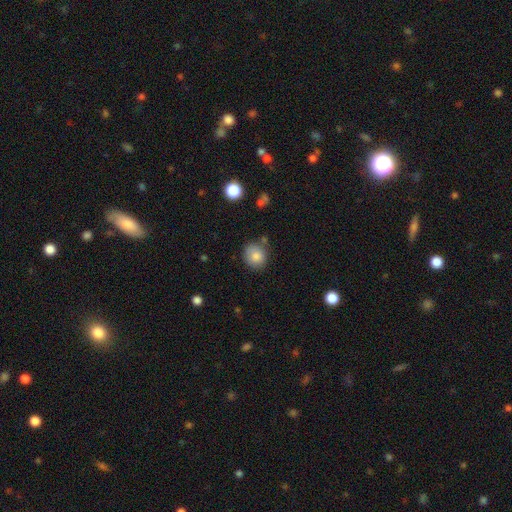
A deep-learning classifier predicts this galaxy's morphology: smooth_or_featured: smooth (p=0.83) [alt: star or artifact p=0.09]
how_rounded: round (p=0.76) [alt: in between p=0.23]
merging: none (p=0.74) [alt: minor disturbance p=0.16]